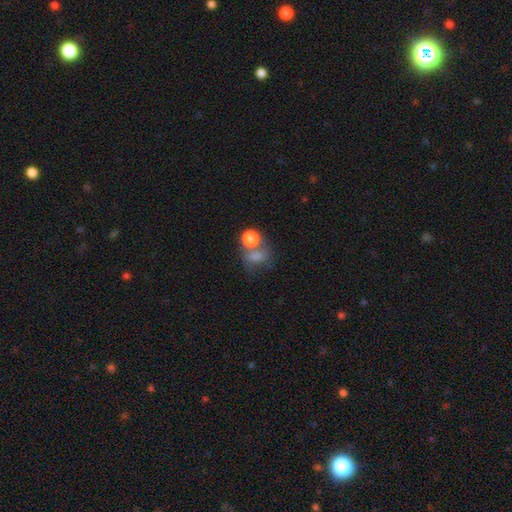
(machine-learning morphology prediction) Q: Smooth or featured?
A: smooth (63%); runner-up: star or artifact (20%)
Q: How rounded?
A: round (51%); runner-up: in between (47%)
Q: Merging?
A: none (41%); runner-up: merger (33%)